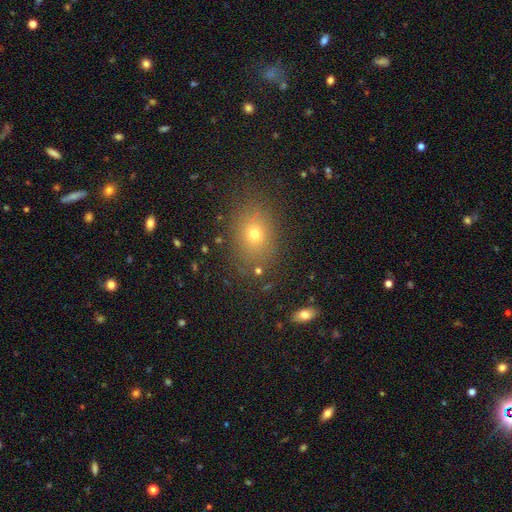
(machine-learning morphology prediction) This appears to be a smooth galaxy with no disk features (66%) that is in between round and cigar-shaped (57%). Merging: none (86%).